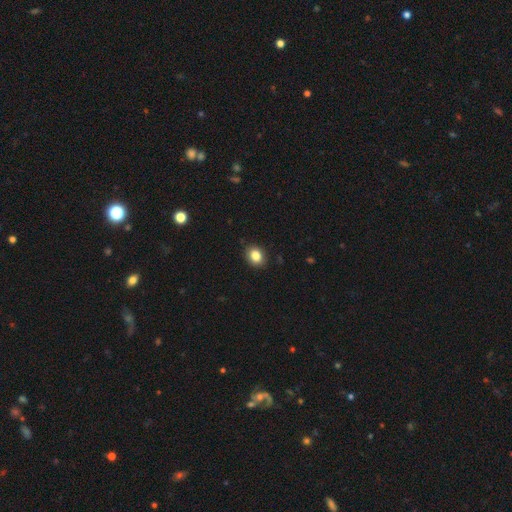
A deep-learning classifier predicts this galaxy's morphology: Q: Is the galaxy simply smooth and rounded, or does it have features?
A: smooth — 85%.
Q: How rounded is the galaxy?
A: round — 50%.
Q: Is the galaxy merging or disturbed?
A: none — 88%.